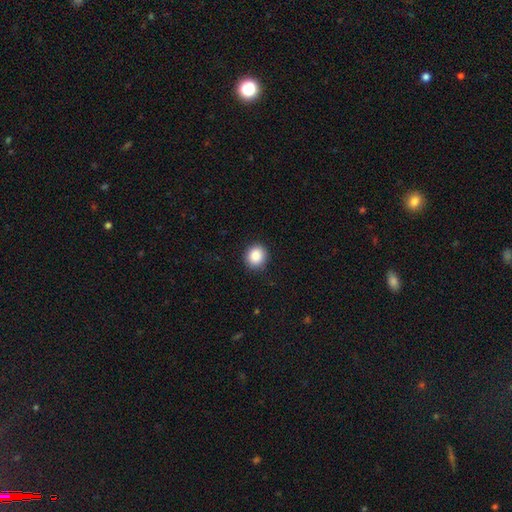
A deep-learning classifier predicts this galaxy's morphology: A smooth galaxy with no disk features (88%) that is round (84%). Merging: none (90%).